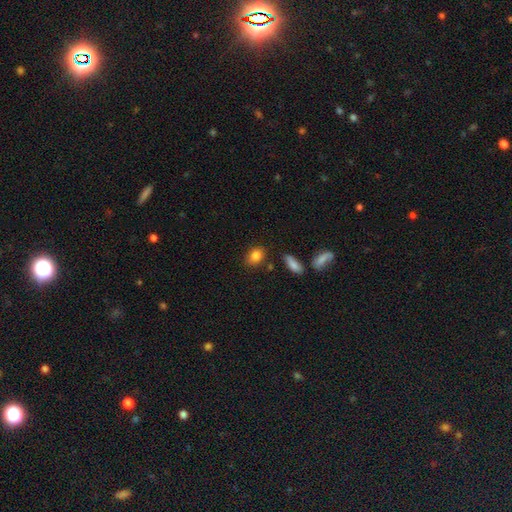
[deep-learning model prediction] Smooth or featured? Predicted: smooth (p=0.84). How rounded? Predicted: in between (p=0.66). Merging? Predicted: none (p=0.81).